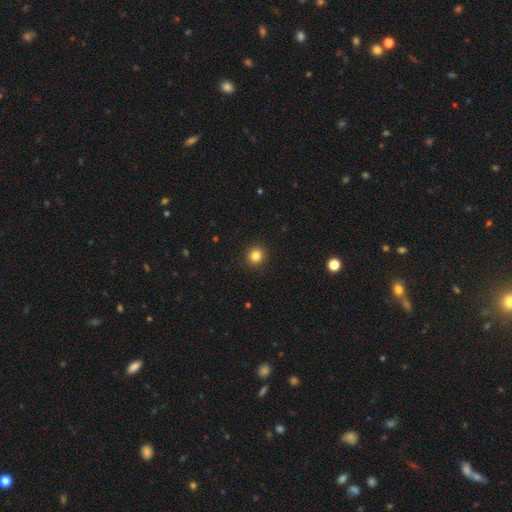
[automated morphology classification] Smooth or featured? smooth (83%)
How rounded? round (93%)
Merging? none (93%)